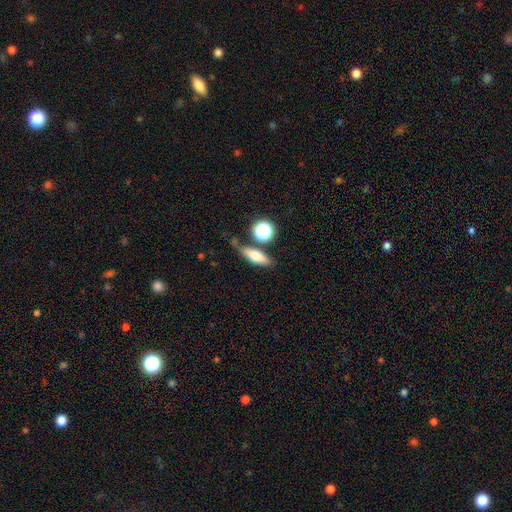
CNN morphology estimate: Overall: smooth (70%). How rounded: in between (52%; cigar-shaped 38%). Merging: none (70%).